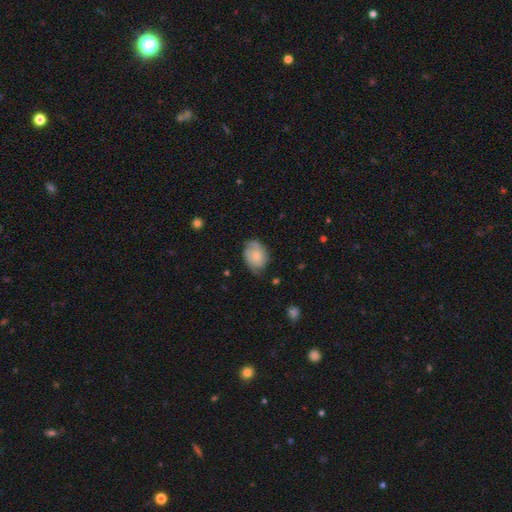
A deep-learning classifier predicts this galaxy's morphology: Smooth or featured? Predicted: smooth (p=0.56). How rounded? Predicted: in between (p=0.70). Merging? Predicted: none (p=0.57).